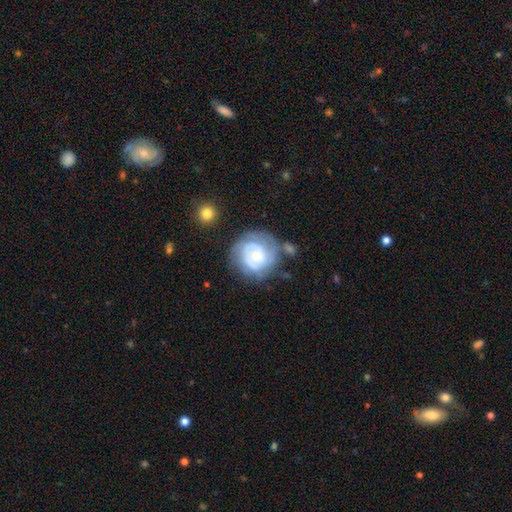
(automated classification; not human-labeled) Smooth or featured? Predicted: featured or disk (p=0.78). Edge-on disk? Predicted: no (p=0.98). Bar? Predicted: no (p=0.68). Spiral arms? Predicted: yes (p=0.93). Spiral winding? Predicted: tight (p=0.71). Spiral arm count? Predicted: 2 (p=0.45). Bulge size? Predicted: small (p=0.60). Merging? Predicted: none (p=0.66).